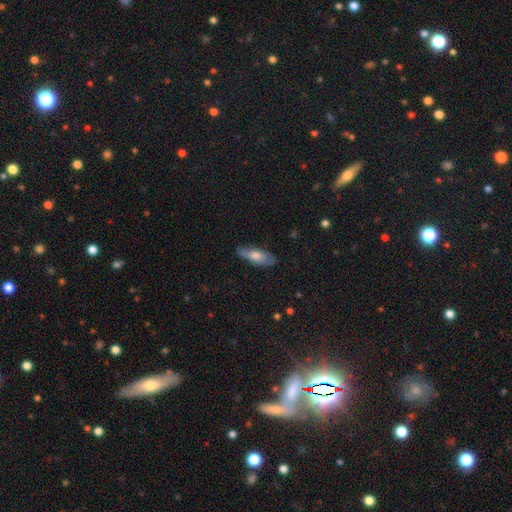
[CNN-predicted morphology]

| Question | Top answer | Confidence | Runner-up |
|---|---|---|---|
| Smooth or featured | smooth | 67% | featured or disk (28%) |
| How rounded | in between | 59% | cigar-shaped (39%) |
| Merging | none | 76% | minor disturbance (19%) |